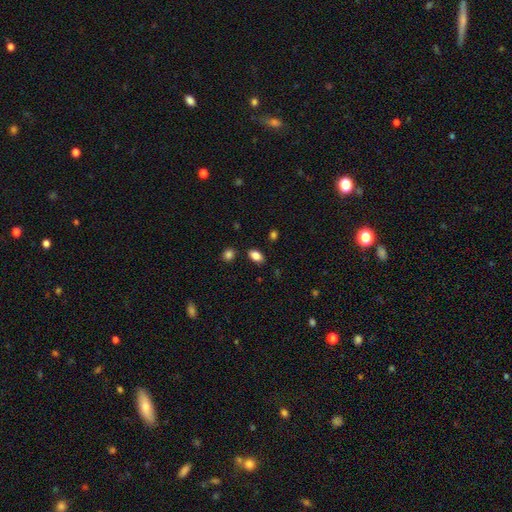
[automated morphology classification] smooth_or_featured: smooth (p=0.85) [alt: star or artifact p=0.10]
how_rounded: in between (p=0.87) [alt: round p=0.11]
merging: none (p=0.84) [alt: minor disturbance p=0.10]